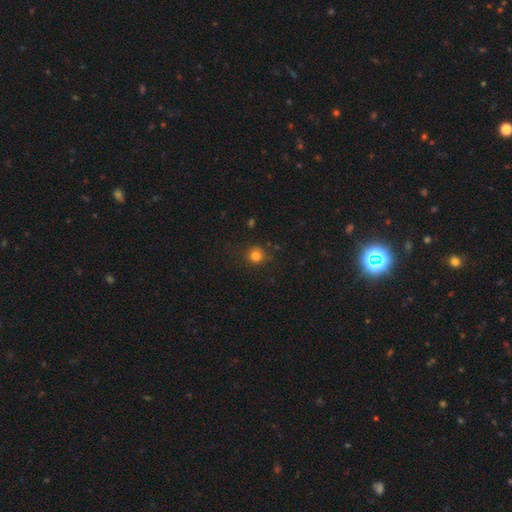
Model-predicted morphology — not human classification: smooth_or_featured: smooth (p=0.82) [alt: star or artifact p=0.13]
how_rounded: round (p=0.91) [alt: in between p=0.08]
merging: none (p=0.84) [alt: minor disturbance p=0.11]